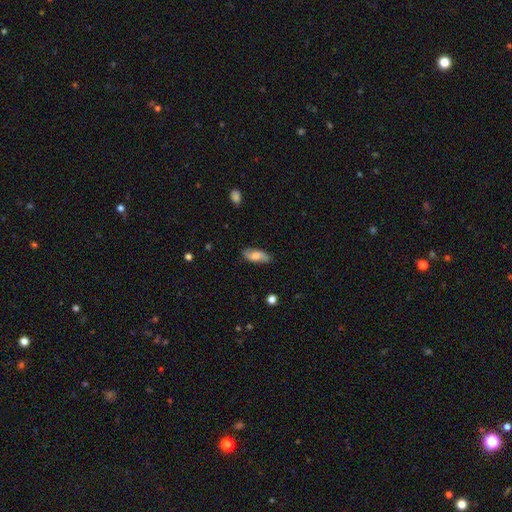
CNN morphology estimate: Q: Smooth or featured?
A: smooth (57%); runner-up: featured or disk (36%)
Q: How rounded?
A: in between (81%); runner-up: cigar-shaped (16%)
Q: Merging?
A: none (81%); runner-up: minor disturbance (14%)